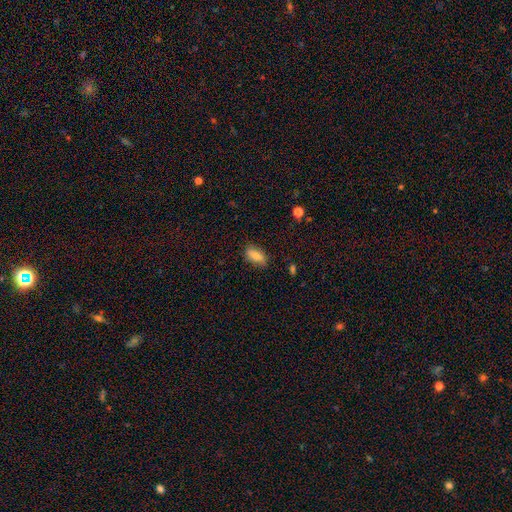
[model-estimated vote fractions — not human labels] smooth 80%, featured or disk 12%, star or artifact 8%. Down the decision tree: how rounded — in between (80%); merging — none (81%).